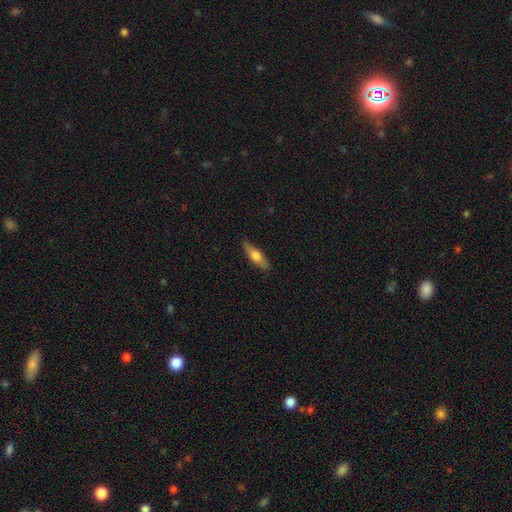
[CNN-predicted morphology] Smooth or featured? smooth (64%)
How rounded? cigar-shaped (55%)
Merging? none (86%)